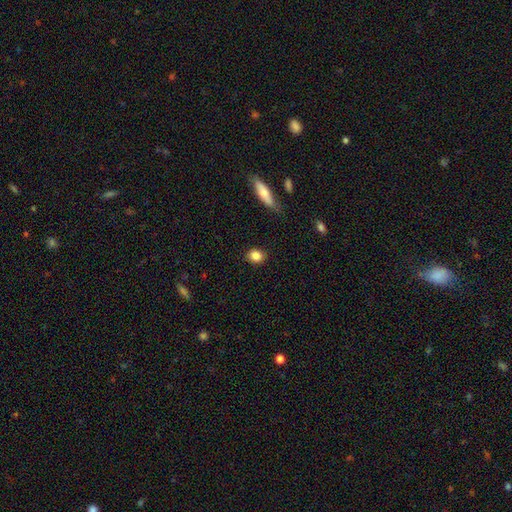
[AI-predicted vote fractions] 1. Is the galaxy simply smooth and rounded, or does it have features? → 86% smooth, 9% star or artifact, 6% featured or disk.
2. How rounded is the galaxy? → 63% round, 35% in between, 2% cigar-shaped.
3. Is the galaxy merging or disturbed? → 87% none, 10% minor disturbance, 2% major disturbance, 1% merger.